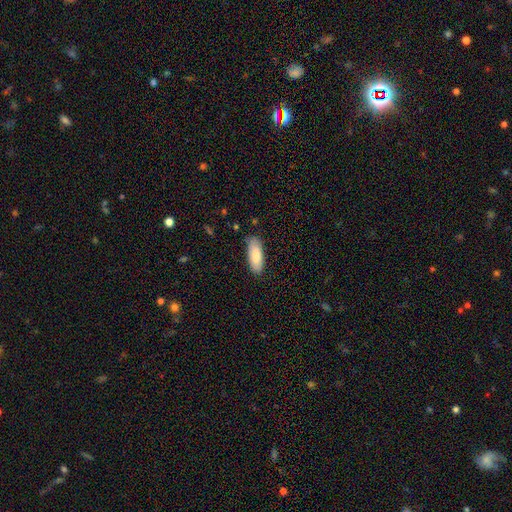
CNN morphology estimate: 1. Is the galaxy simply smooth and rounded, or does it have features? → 85% smooth, 9% featured or disk, 5% star or artifact.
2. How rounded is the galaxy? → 74% in between, 25% cigar-shaped, 2% round.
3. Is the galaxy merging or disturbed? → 84% none, 13% minor disturbance, 2% major disturbance, 1% merger.